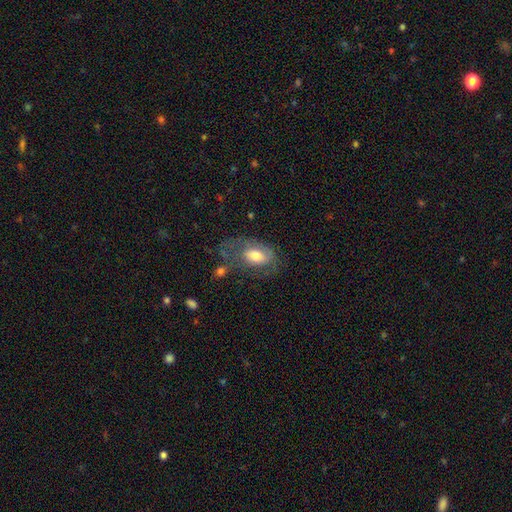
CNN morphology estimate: Q: Smooth or featured?
A: smooth (51%); runner-up: featured or disk (41%)
Q: How rounded?
A: in between (87%); runner-up: round (11%)
Q: Merging?
A: none (35%); runner-up: major disturbance (34%)